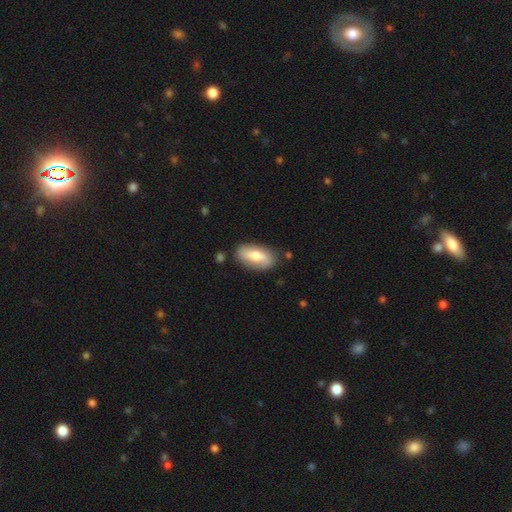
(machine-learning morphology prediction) A smooth galaxy with no disk features (61%) that is in between round and cigar-shaped (89%).

Vote fractions:
- Smooth or featured? smooth: 61% / featured or disk: 33% / star or artifact: 6%
- How rounded? in between: 89% / cigar-shaped: 8% / round: 3%
- Merging? none: 81% / minor disturbance: 13% / major disturbance: 3% / merger: 2%